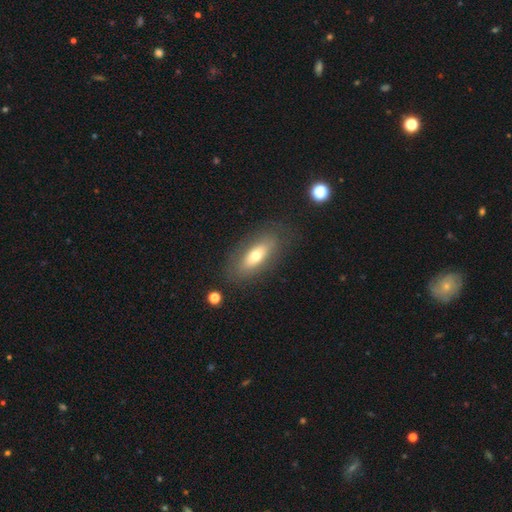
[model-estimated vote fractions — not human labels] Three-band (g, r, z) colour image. It shows a smooth galaxy with no disk features (60%) that is in between round and cigar-shaped (78%). Merging: none (81%).